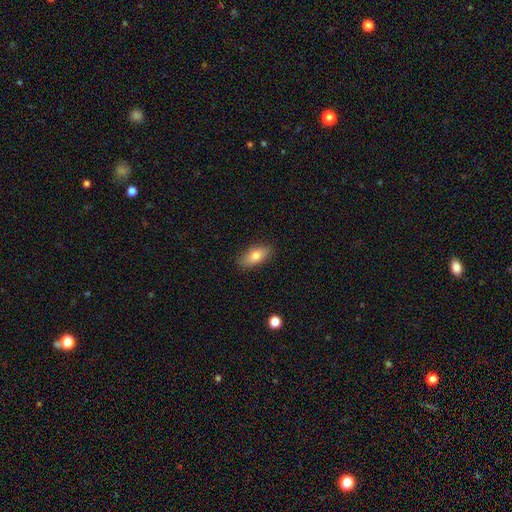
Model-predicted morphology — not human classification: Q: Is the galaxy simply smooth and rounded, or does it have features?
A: smooth — 76%.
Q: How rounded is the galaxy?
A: in between — 86%.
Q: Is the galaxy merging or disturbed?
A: none — 85%.